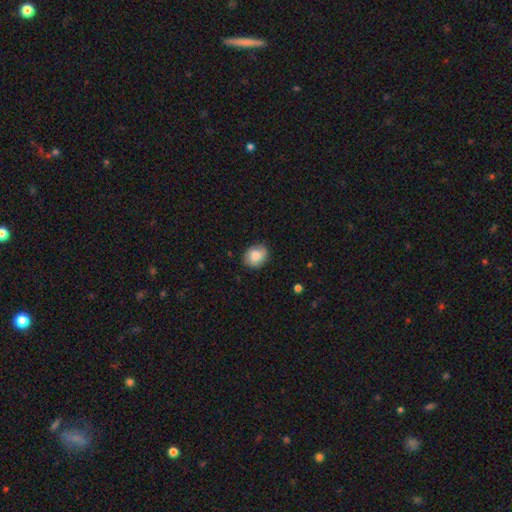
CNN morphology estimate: Smooth or featured? smooth (83%)
How rounded? in between (52%)
Merging? none (83%)